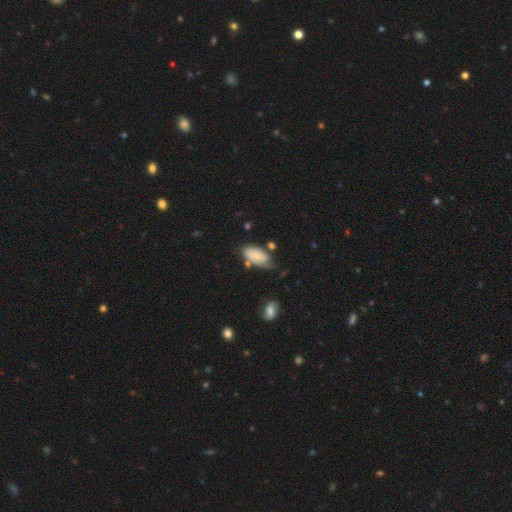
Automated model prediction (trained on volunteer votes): A smooth galaxy with no disk features (68%) that is in between round and cigar-shaped (92%). Merging: none (50%).